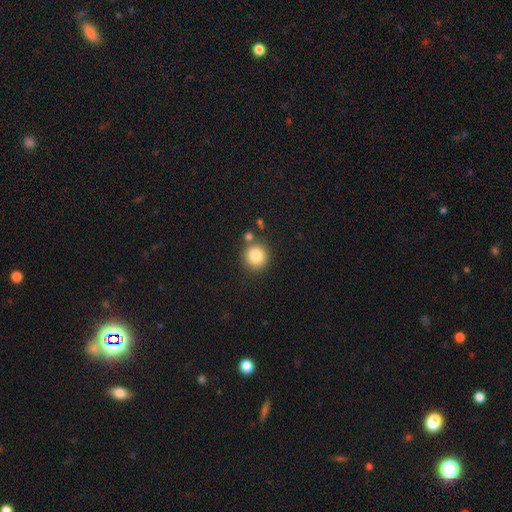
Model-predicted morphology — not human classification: The model was most divided on "merging": none: 79%, merger: 10%, minor disturbance: 8%, major disturbance: 3%. More confident: how rounded — round (93%); smooth or featured — smooth (82%).